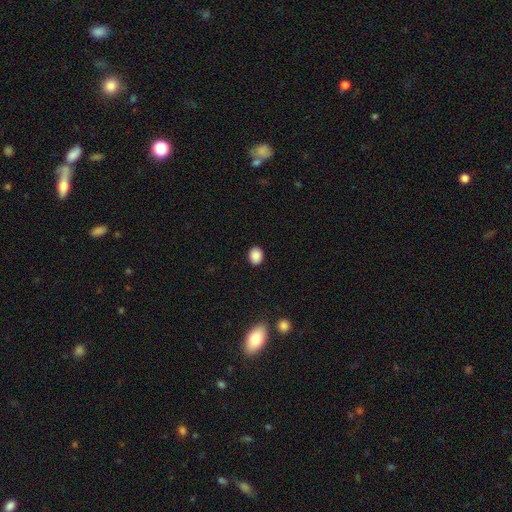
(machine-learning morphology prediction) A smooth galaxy with no disk features (88%) that is in between round and cigar-shaped (51%). Merging: none (90%).